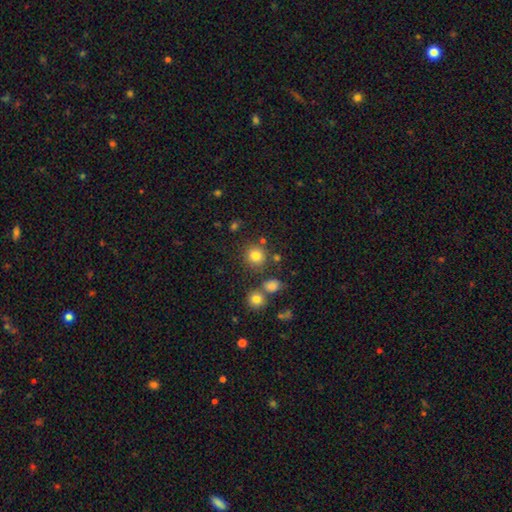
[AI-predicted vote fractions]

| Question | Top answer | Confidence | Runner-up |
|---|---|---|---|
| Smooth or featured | smooth | 81% | star or artifact (13%) |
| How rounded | round | 91% | in between (8%) |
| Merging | none | 80% | minor disturbance (9%) |